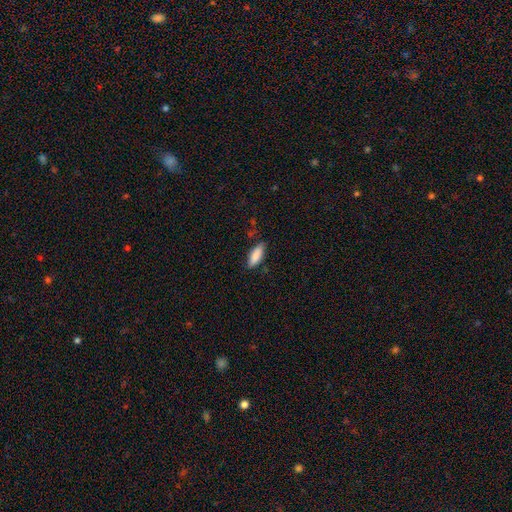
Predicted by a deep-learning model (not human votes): smooth_or_featured: smooth (p=0.86) [alt: featured or disk p=0.08]
how_rounded: in between (p=0.70) [alt: cigar-shaped p=0.28]
merging: none (p=0.78) [alt: minor disturbance p=0.17]